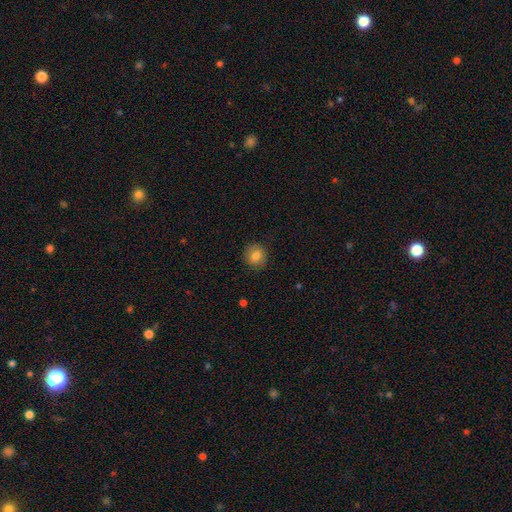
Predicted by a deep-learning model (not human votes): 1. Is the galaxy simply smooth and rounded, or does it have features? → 80% smooth, 11% featured or disk, 10% star or artifact.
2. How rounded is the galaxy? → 83% round, 16% in between, 1% cigar-shaped.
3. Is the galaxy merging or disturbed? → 88% none, 9% minor disturbance, 2% major disturbance, 1% merger.